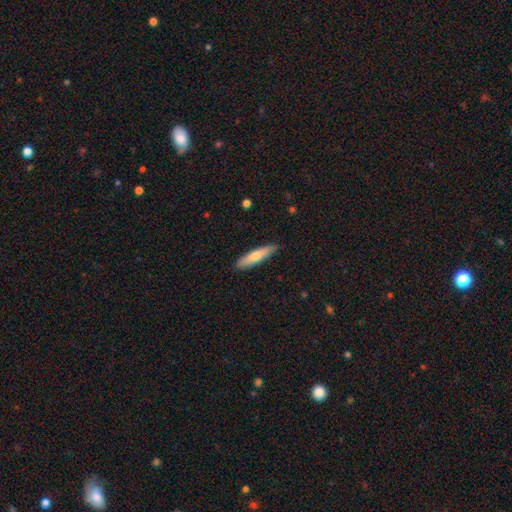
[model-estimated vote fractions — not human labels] Smooth or featured? Predicted: smooth (p=0.68). How rounded? Predicted: cigar-shaped (p=0.78). Merging? Predicted: none (p=0.86).